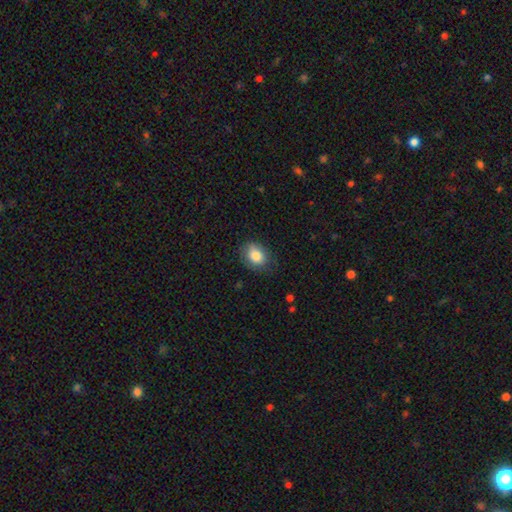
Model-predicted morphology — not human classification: The model was most divided on "how rounded": in between: 64%, round: 35%, cigar-shaped: 1%. More confident: smooth or featured — smooth (82%); merging — none (72%).